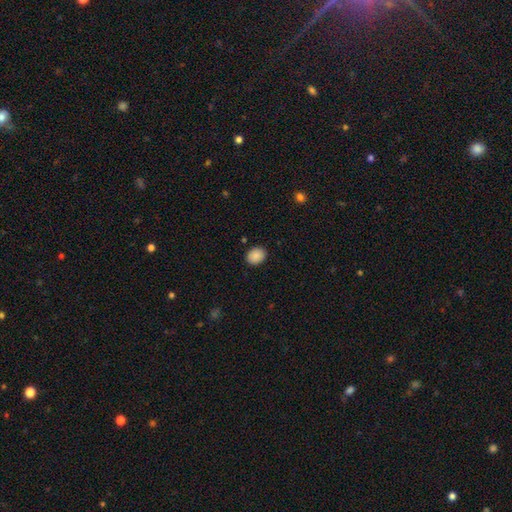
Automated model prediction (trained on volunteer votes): Smooth or featured? smooth (89%)
How rounded? in between (52%)
Merging? none (89%)